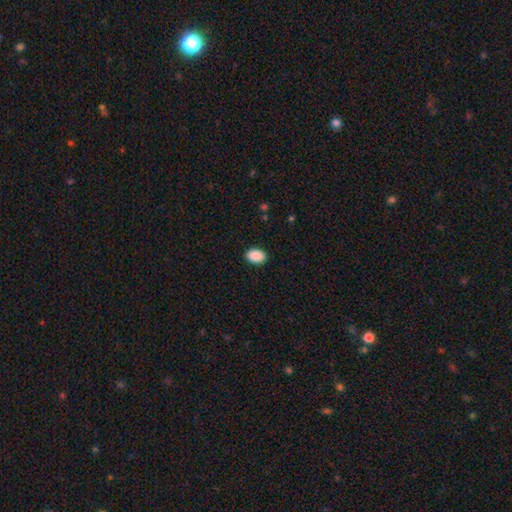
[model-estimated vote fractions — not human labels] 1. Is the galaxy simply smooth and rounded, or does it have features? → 90% smooth, 7% star or artifact, 3% featured or disk.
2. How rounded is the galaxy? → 87% in between, 12% round, 1% cigar-shaped.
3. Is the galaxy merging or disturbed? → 90% none, 7% minor disturbance, 2% major disturbance, 1% merger.